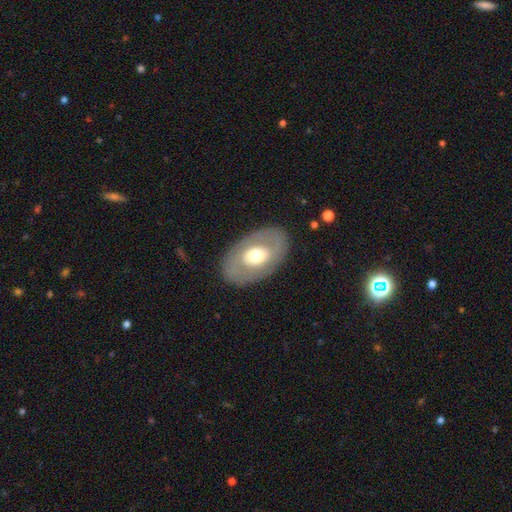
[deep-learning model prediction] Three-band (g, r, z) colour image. It shows a featured or disk galaxy (51%). Merging: none (84%).